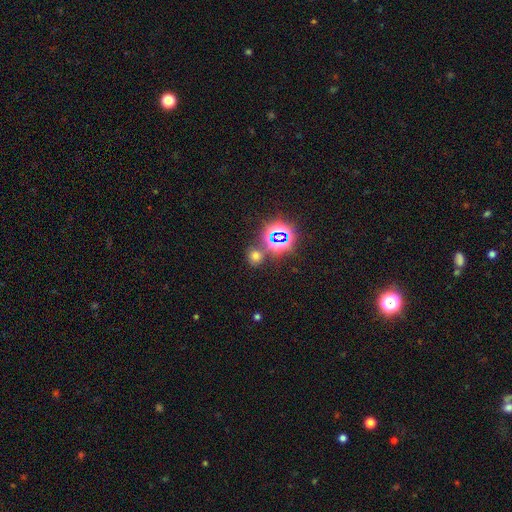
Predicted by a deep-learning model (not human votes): The model was most divided on "smooth or featured": smooth: 56%, star or artifact: 37%, featured or disk: 7%. More confident: how rounded — round (78%); merging — none (76%).